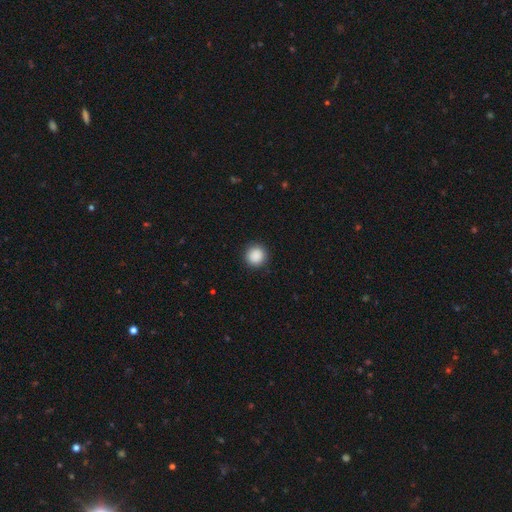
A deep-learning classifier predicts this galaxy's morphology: Q: Smooth or featured?
A: smooth (89%); runner-up: star or artifact (9%)
Q: How rounded?
A: round (95%); runner-up: in between (4%)
Q: Merging?
A: none (91%); runner-up: minor disturbance (6%)